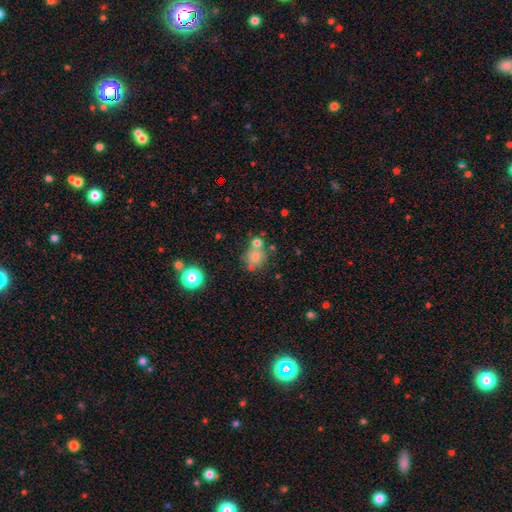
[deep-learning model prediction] A smooth galaxy with no disk features (73%) that is round (81%).

Vote fractions:
- Smooth or featured? smooth: 73% / star or artifact: 15% / featured or disk: 13%
- How rounded? round: 81% / in between: 18% / cigar-shaped: 1%
- Merging? none: 57% / merger: 26% / minor disturbance: 12% / major disturbance: 5%